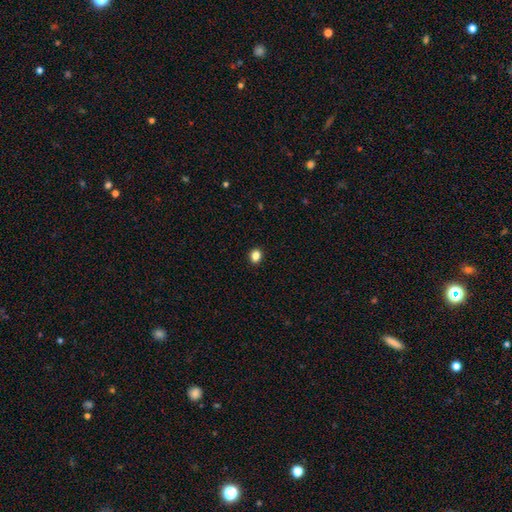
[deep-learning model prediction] smooth-or-featured: smooth: 85% | star or artifact: 11% | featured or disk: 4%
  how-rounded: round: 58% | in between: 41% | cigar-shaped: 1%
  merging: none: 92% | minor disturbance: 6% | major disturbance: 2% | merger: 1%